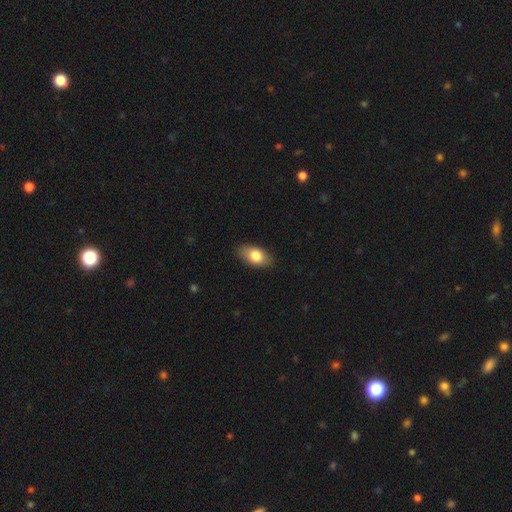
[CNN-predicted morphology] smooth_or_featured: smooth (p=0.81) [alt: featured or disk p=0.13]
how_rounded: in between (p=0.91) [alt: round p=0.06]
merging: none (p=0.86) [alt: minor disturbance p=0.11]